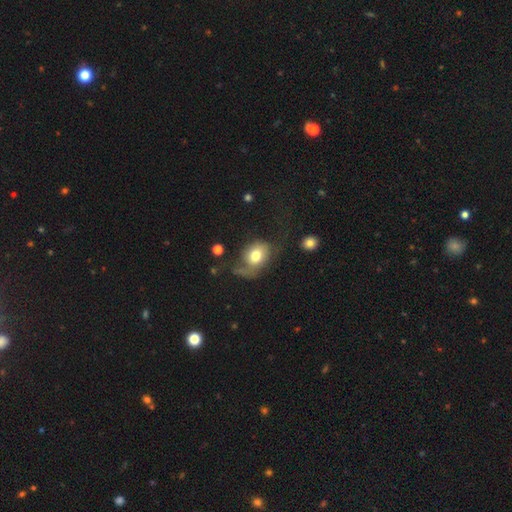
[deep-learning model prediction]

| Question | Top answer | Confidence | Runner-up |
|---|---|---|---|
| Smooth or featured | smooth | 72% | featured or disk (20%) |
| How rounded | in between | 54% | round (45%) |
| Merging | none | 37% | major disturbance (30%) |